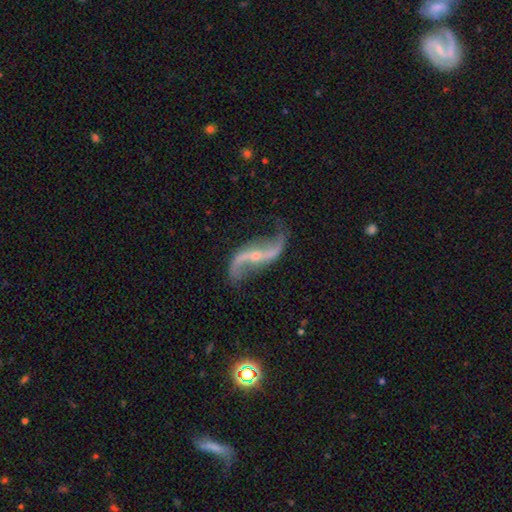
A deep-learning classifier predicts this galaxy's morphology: Q: Smooth or featured?
A: featured or disk (92%); runner-up: star or artifact (5%)
Q: Edge-on disk?
A: no (94%); runner-up: yes (6%)
Q: Bar?
A: strong (35%); tied with: no (35%)
Q: Spiral arms?
A: yes (97%); runner-up: no (3%)
Q: Spiral winding?
A: loose (93%); runner-up: medium (5%)
Q: Spiral arm count?
A: 2 (94%); runner-up: 1 (1%)
Q: Bulge size?
A: small (75%); runner-up: moderate (19%)
Q: Merging?
A: none (76%); runner-up: minor disturbance (15%)